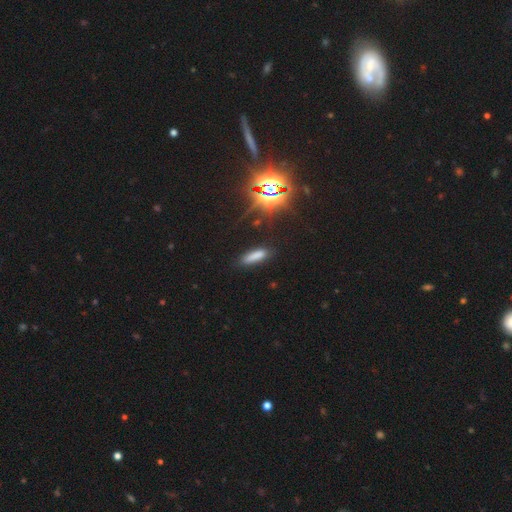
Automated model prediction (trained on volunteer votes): smooth 73%, star or artifact 18%, featured or disk 8%. Down the decision tree: how rounded — cigar-shaped (59%); merging — none (80%).